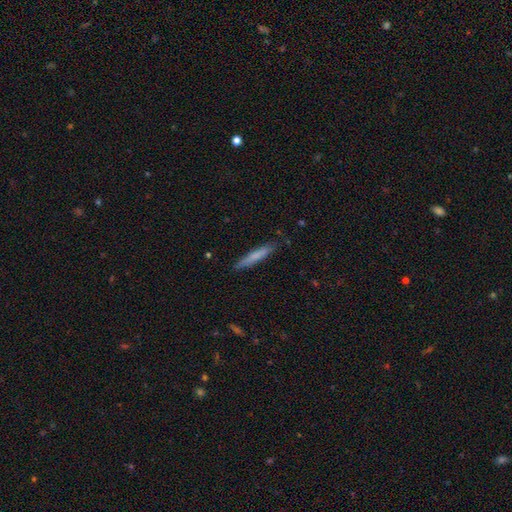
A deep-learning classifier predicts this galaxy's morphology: smooth_or_featured: smooth (p=0.70) [alt: featured or disk p=0.24]
how_rounded: cigar-shaped (p=0.94) [alt: in between p=0.05]
merging: none (p=0.84) [alt: minor disturbance p=0.13]